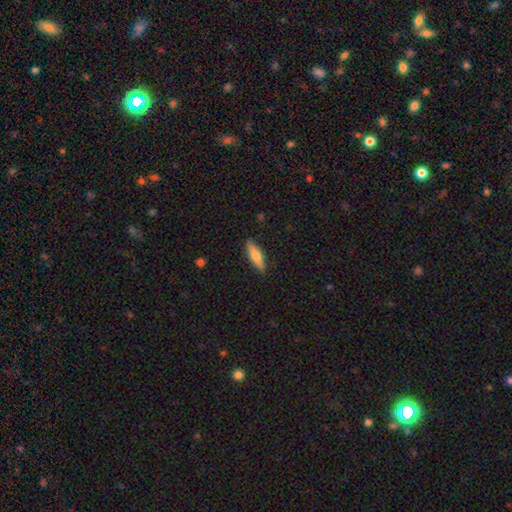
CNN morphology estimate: smooth-or-featured: smooth: 65% | featured or disk: 29% | star or artifact: 6%
  how-rounded: cigar-shaped: 61% | in between: 37% | round: 2%
  merging: none: 88% | minor disturbance: 9% | major disturbance: 2% | merger: 1%